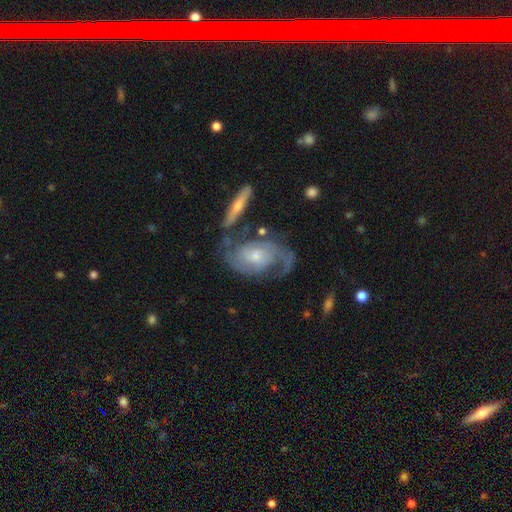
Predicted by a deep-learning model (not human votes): Q: Smooth or featured?
A: featured or disk (88%); runner-up: smooth (7%)
Q: Edge-on disk?
A: no (96%); runner-up: yes (4%)
Q: Bar?
A: no (62%); runner-up: weak (30%)
Q: Spiral arms?
A: yes (96%); runner-up: no (4%)
Q: Spiral winding?
A: medium (46%); runner-up: tight (38%)
Q: Spiral arm count?
A: 2 (79%); runner-up: can't tell (8%)
Q: Bulge size?
A: small (50%); runner-up: moderate (43%)
Q: Merging?
A: none (61%); runner-up: minor disturbance (17%)